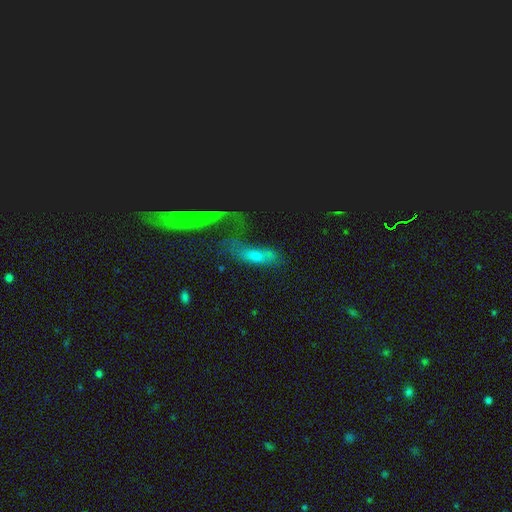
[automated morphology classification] smooth-or-featured: smooth: 44% | featured or disk: 35% | star or artifact: 21%
  merging: none: 34% | major disturbance: 25% | merger: 22% | minor disturbance: 19%